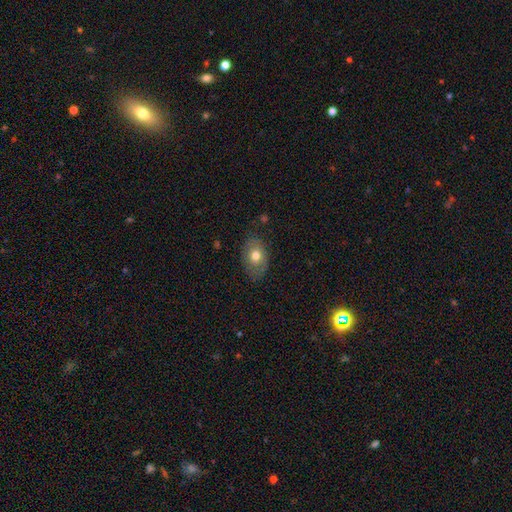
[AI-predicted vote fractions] A smooth galaxy with no disk features (69%) that is in between round and cigar-shaped (80%). Merging: none (77%).